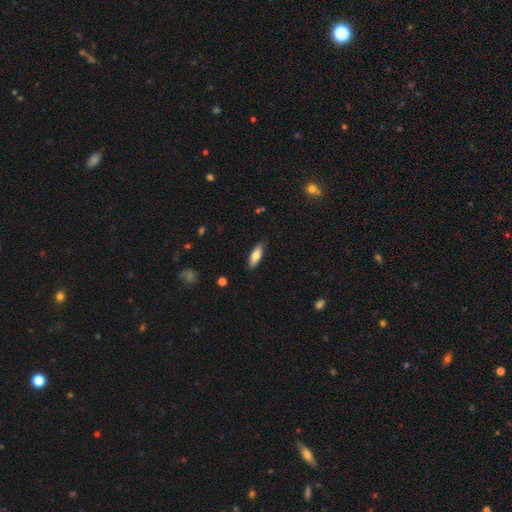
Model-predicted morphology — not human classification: type=smooth (78%); roundness=in between (60%); merging=none (83%).